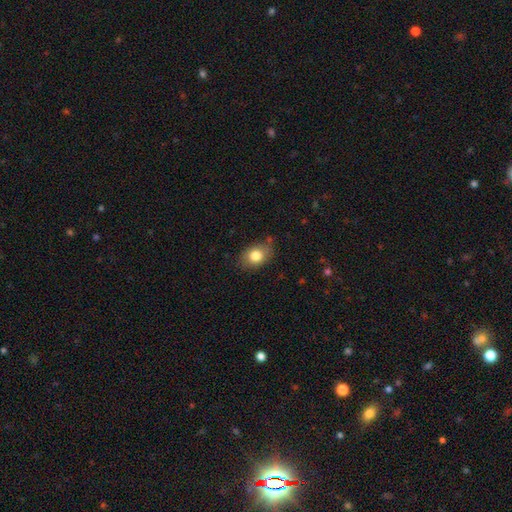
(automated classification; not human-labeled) A smooth galaxy with no disk features (81%) that is in between round and cigar-shaped (70%). Merging: none (77%).